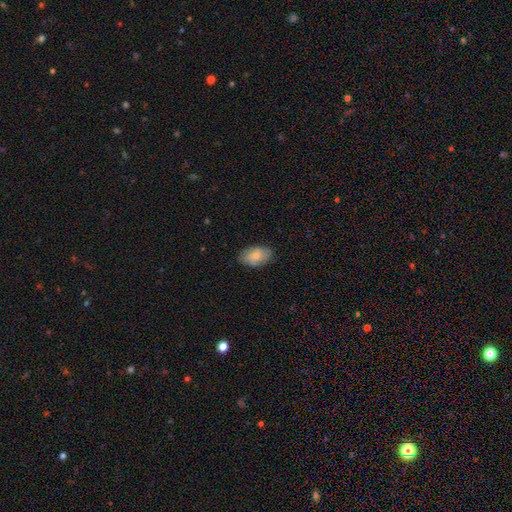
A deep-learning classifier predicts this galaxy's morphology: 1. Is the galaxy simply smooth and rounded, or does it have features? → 75% smooth, 19% featured or disk, 6% star or artifact.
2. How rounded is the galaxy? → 92% in between, 7% round, 2% cigar-shaped.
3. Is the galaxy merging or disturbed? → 81% none, 15% minor disturbance, 3% major disturbance, 1% merger.